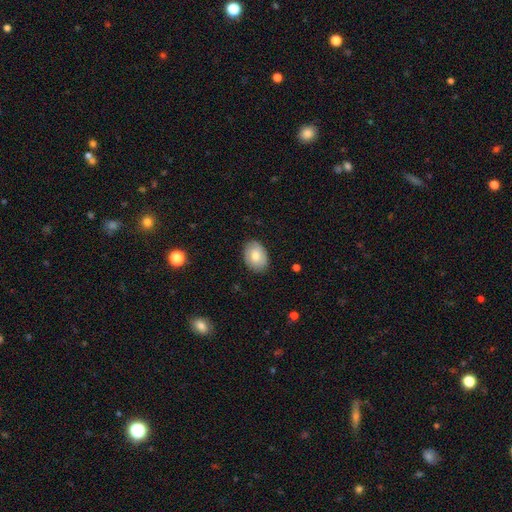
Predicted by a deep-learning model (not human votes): A smooth galaxy with no disk features (77%) that is in between round and cigar-shaped (79%).

Vote fractions:
- Smooth or featured? smooth: 77% / featured or disk: 16% / star or artifact: 7%
- How rounded? in between: 79% / round: 20% / cigar-shaped: 1%
- Merging? none: 85% / minor disturbance: 11% / major disturbance: 2% / merger: 1%